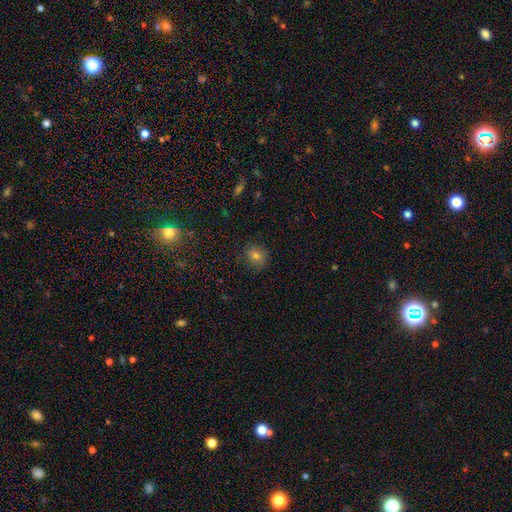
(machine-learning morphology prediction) A smooth galaxy with no disk features (75%) that is round (77%).

Vote fractions:
- Smooth or featured? smooth: 75% / star or artifact: 18% / featured or disk: 8%
- How rounded? round: 77% / in between: 22% / cigar-shaped: 1%
- Merging? none: 86% / minor disturbance: 11% / major disturbance: 3% / merger: 1%